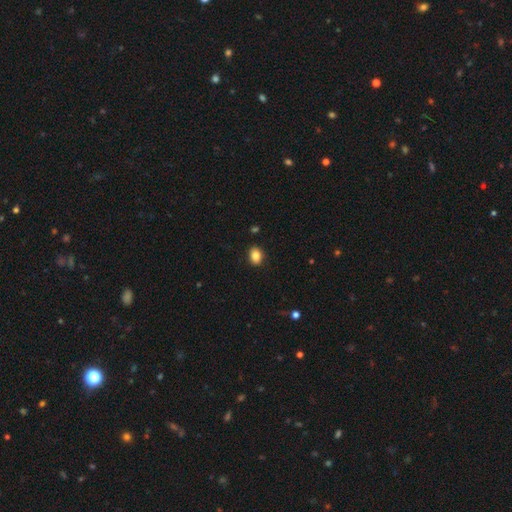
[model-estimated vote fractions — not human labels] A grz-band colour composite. It shows a smooth galaxy with no disk features (86%) that is in between round and cigar-shaped (74%). Merging: none (88%).